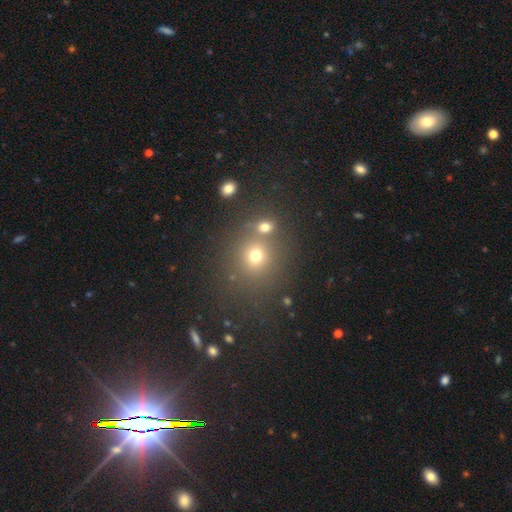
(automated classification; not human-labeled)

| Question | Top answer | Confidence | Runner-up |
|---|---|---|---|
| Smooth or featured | smooth | 65% | star or artifact (25%) |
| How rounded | round | 85% | in between (14%) |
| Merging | none | 66% | merger (21%) |